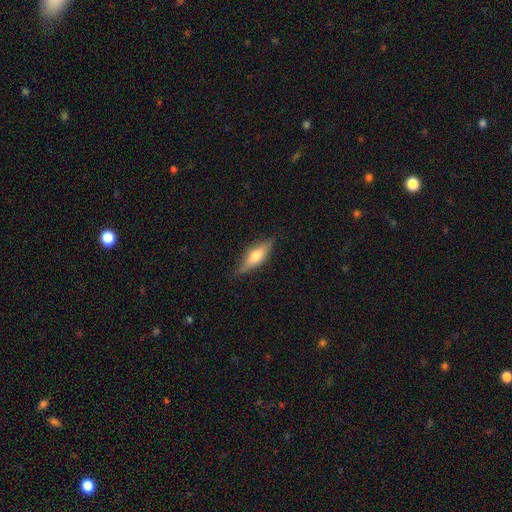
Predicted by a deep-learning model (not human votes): Smooth or featured? Predicted: smooth (p=0.48). Merging? Predicted: none (p=0.83).